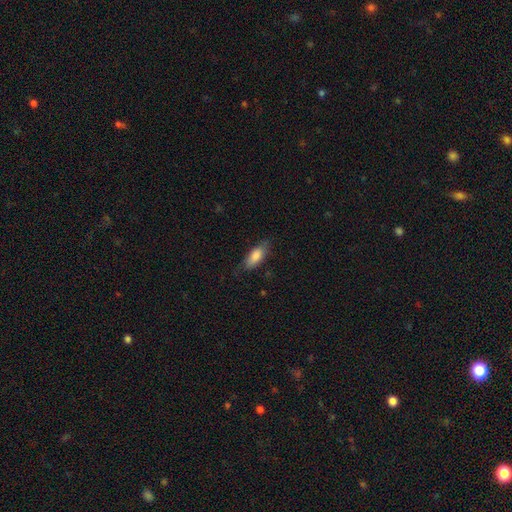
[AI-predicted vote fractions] The model was most divided on "merging": none: 73%, minor disturbance: 20%, major disturbance: 6%, merger: 1%. More confident: smooth or featured — smooth (80%); how rounded — in between (76%).